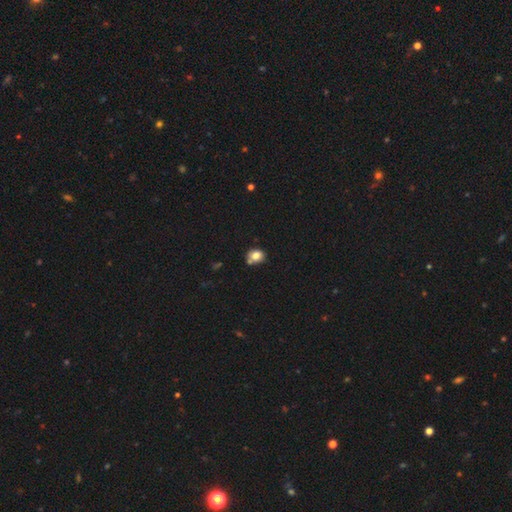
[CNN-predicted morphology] Overall: smooth (80%). How rounded: round (63%; in between 36%). Merging: none (60%).